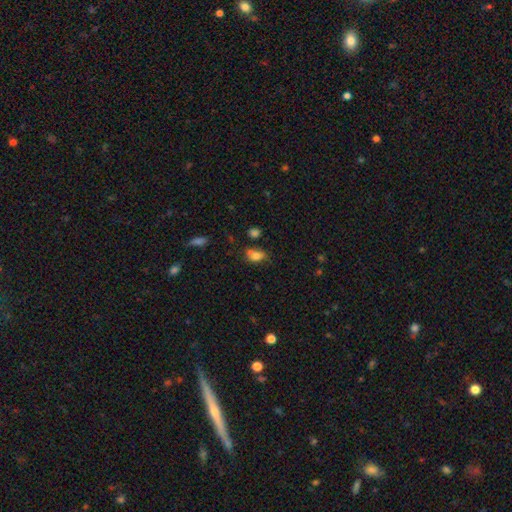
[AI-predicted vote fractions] Smooth or featured: smooth — 76% (featured or disk — 14%)
How rounded: in between — 81% (round — 16%)
Merging: none — 47% (minor disturbance — 27%)